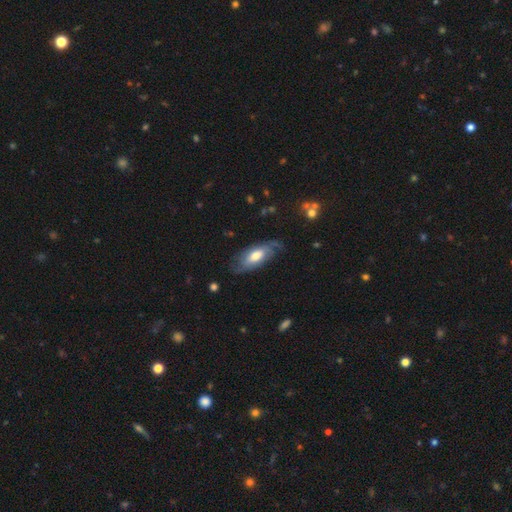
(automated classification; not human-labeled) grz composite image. It shows a featured or disk galaxy (53%). Merging: none (67%).